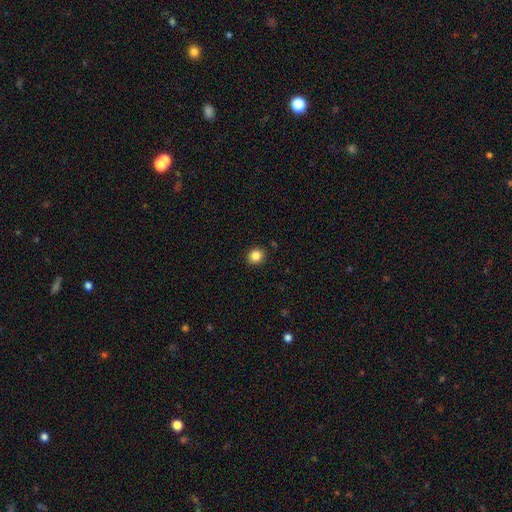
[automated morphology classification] smooth 85%, star or artifact 11%, featured or disk 4%. Down the decision tree: how rounded — round (88%); merging — none (92%).